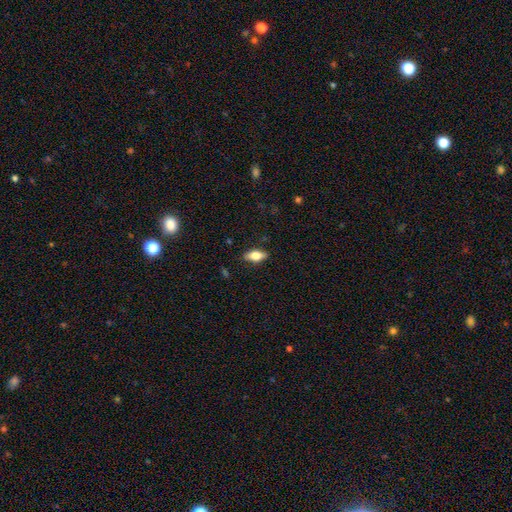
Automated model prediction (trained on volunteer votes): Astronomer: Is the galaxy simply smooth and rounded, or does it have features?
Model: smooth — 71%.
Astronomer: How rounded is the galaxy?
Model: in between — 82%.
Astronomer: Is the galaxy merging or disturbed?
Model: none — 86%.